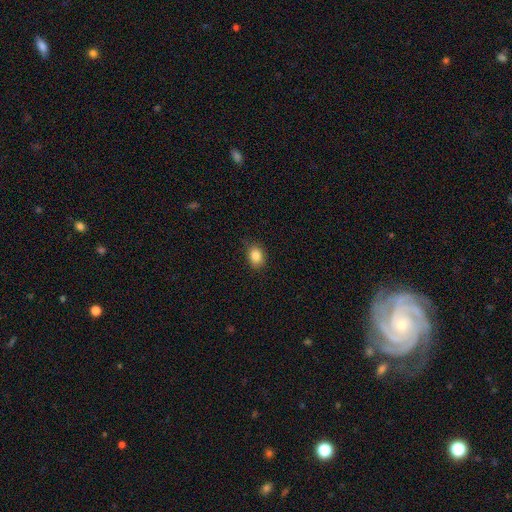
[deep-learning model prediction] Overall: smooth (86%). How rounded: in between (69%; round 30%). Merging: none (84%).